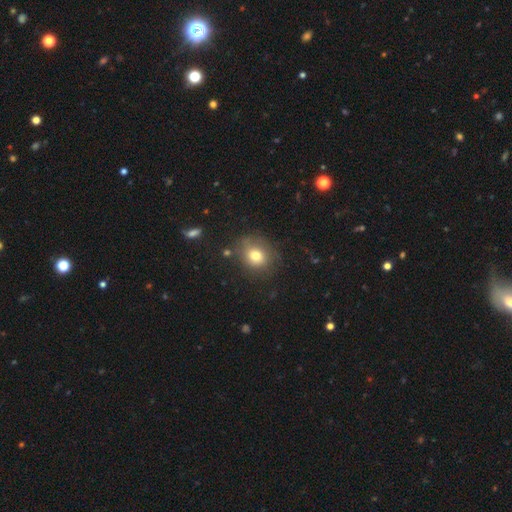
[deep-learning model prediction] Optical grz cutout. It shows a smooth galaxy with no disk features (75%) that is round (73%). Merging: none (74%).